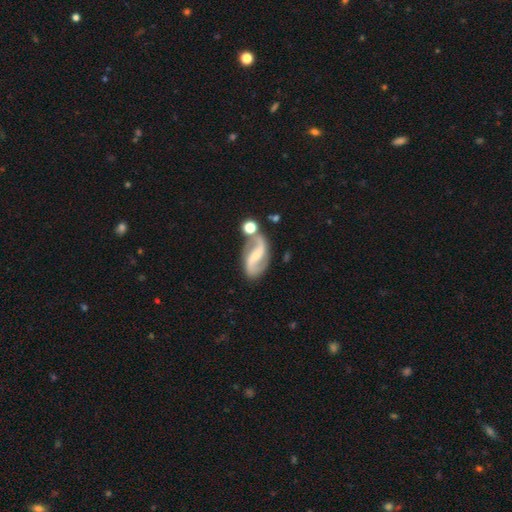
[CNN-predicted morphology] smooth-or-featured: featured or disk: 87% | smooth: 7% | star or artifact: 5%
  disk-edge-on: no: 97% | yes: 3%
    bar: strong: 38% | weak: 37% | no: 25%
    has-spiral-arms: yes: 97% | no: 3%
      spiral-winding: loose: 50% | medium: 39% | tight: 11%
      spiral-arm-count: 2: 93% | can't tell: 2% | 1: 2% | 3: 1% | 4: 1% | more than 4: 1%
    bulge-size: small: 62% | moderate: 25% | none: 10% | large: 2% | dominant: 1%
  merging: none: 69% | minor disturbance: 15% | merger: 11% | major disturbance: 6%